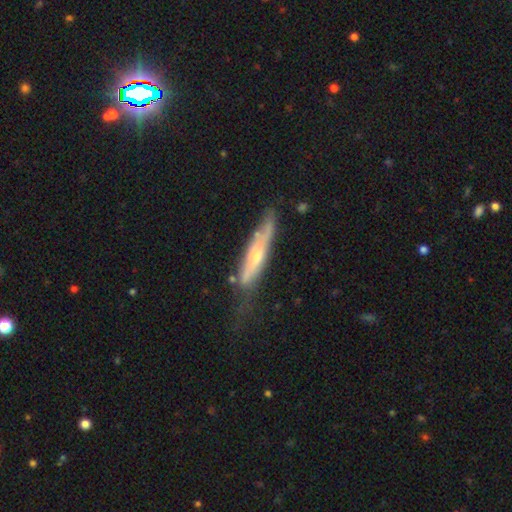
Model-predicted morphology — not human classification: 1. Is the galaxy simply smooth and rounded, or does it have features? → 61% featured or disk, 33% smooth, 6% star or artifact.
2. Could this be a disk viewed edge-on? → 70% yes, 30% no.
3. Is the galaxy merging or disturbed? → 52% none, 31% minor disturbance, 12% major disturbance, 5% merger.